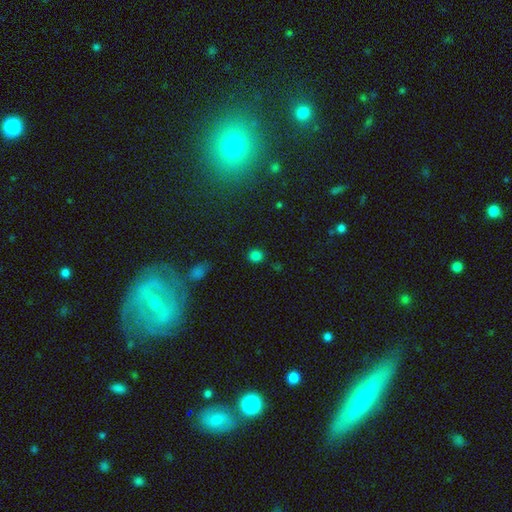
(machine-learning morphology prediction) A smooth galaxy with no disk features (81%) that is round (87%). Merging: none (88%).